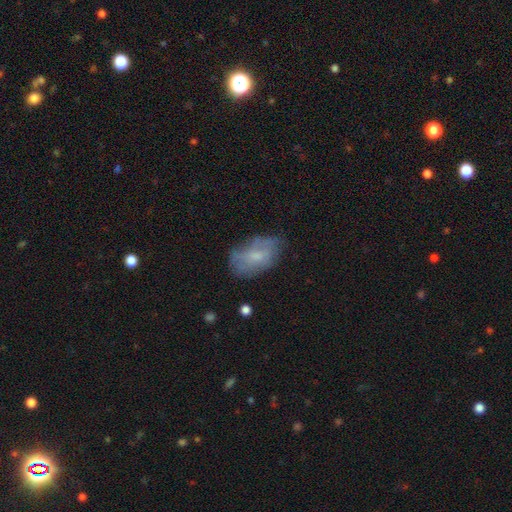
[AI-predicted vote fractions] Smooth or featured?
  - smooth: 57% *
  - featured or disk: 35%
  - star or artifact: 8%
How rounded?
  - in between: 91% *
  - round: 7%
  - cigar-shaped: 2%
Merging?
  - none: 56% *
  - minor disturbance: 30%
  - major disturbance: 12%
  - merger: 2%